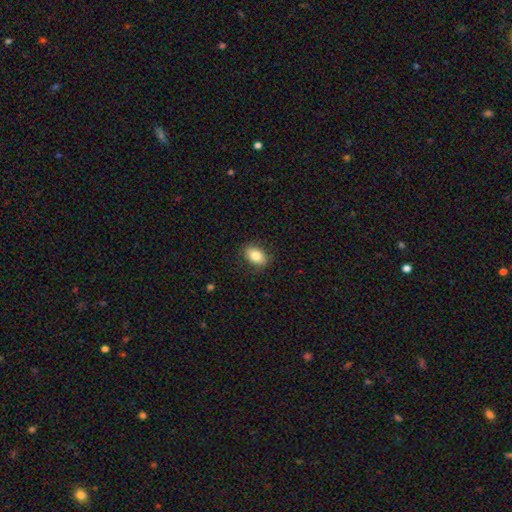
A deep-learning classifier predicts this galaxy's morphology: This is clearly a smooth galaxy (81%). How rounded: clearly in between (86%). Merging: clearly none (86%).